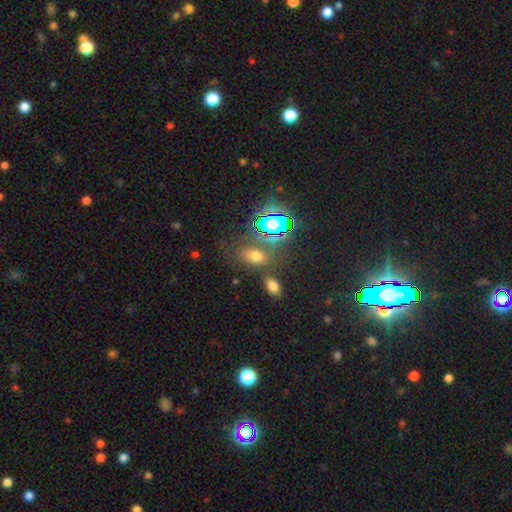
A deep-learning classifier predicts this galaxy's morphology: type=smooth (59%); roundness=in between (81%); merging=none (66%).